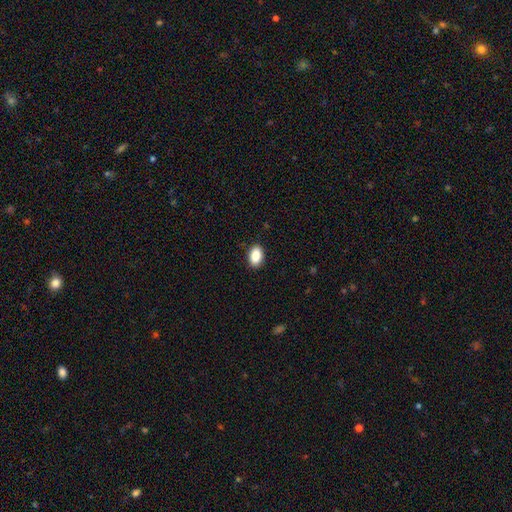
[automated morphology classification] Overall: smooth (88%). How rounded: in between (89%). Merging: none (89%).